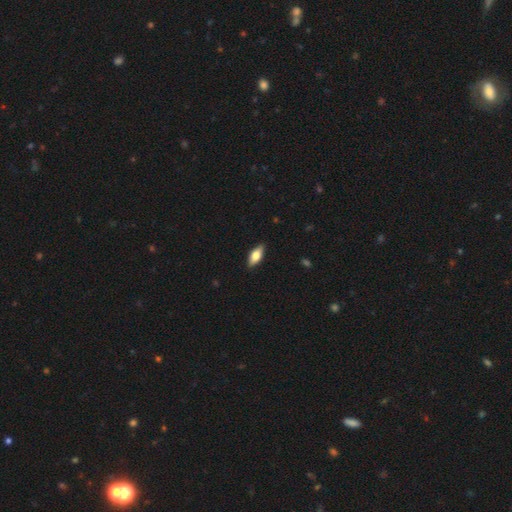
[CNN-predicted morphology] Smooth or featured?
  - smooth: 68% *
  - featured or disk: 26%
  - star or artifact: 6%
How rounded?
  - in between: 80% *
  - cigar-shaped: 17%
  - round: 3%
Merging?
  - none: 88% *
  - minor disturbance: 9%
  - major disturbance: 2%
  - merger: 1%